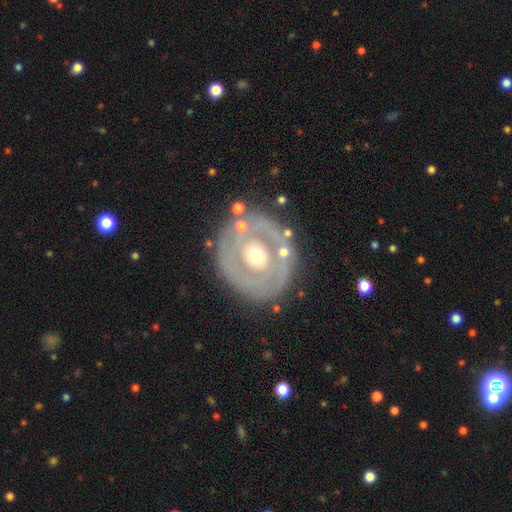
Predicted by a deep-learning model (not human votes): smooth_or_featured: featured or disk (p=0.73) [alt: smooth p=0.22]
disk_edge_on: no (p=0.96) [alt: yes p=0.04]
bar: no (p=0.85) [alt: weak p=0.11]
has_spiral_arms: no (p=0.65) [alt: yes p=0.35]
bulge_size: moderate (p=0.69) [alt: small p=0.22]
merging: none (p=0.75) [alt: minor disturbance p=0.15]